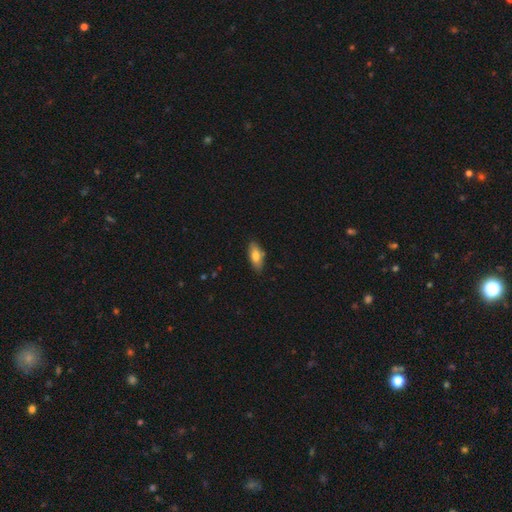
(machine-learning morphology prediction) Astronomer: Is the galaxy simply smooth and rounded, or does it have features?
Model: smooth — 77%.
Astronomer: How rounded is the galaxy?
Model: in between — 82%.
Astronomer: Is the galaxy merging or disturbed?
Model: none — 81%.